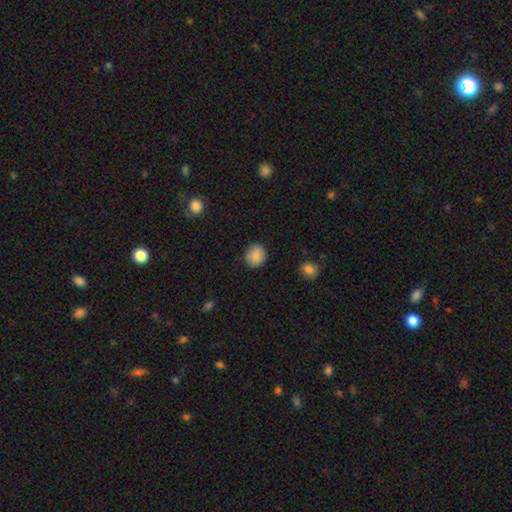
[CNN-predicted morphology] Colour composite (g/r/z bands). It shows a smooth galaxy with no disk features (88%) that is round (77%). Merging: none (88%).